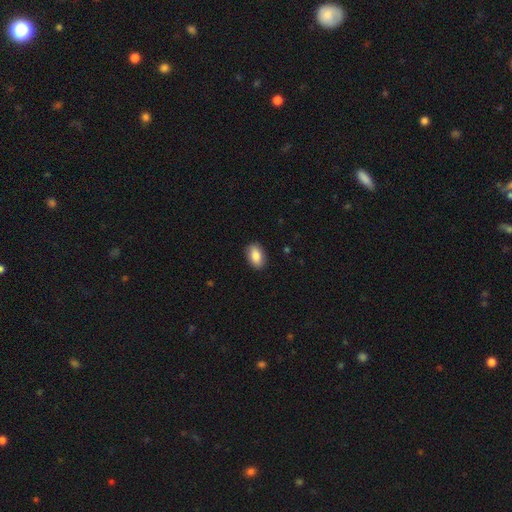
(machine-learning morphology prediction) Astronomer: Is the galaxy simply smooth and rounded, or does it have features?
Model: smooth — 86%.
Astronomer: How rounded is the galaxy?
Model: in between — 90%.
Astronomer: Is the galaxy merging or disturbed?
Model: none — 89%.